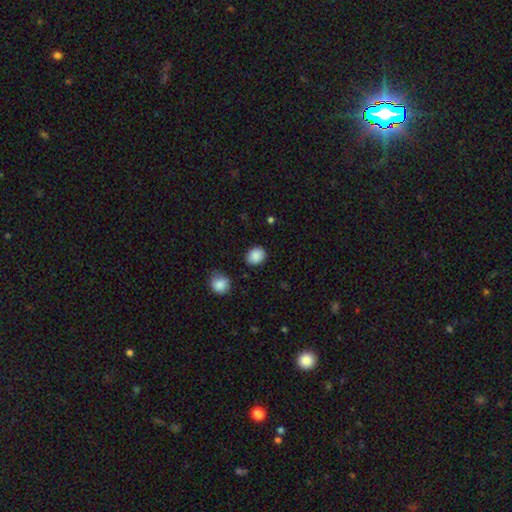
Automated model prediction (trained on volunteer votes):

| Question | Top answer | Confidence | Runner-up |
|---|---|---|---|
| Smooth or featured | smooth | 88% | star or artifact (8%) |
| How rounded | round | 58% | in between (41%) |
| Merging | none | 85% | minor disturbance (11%) |